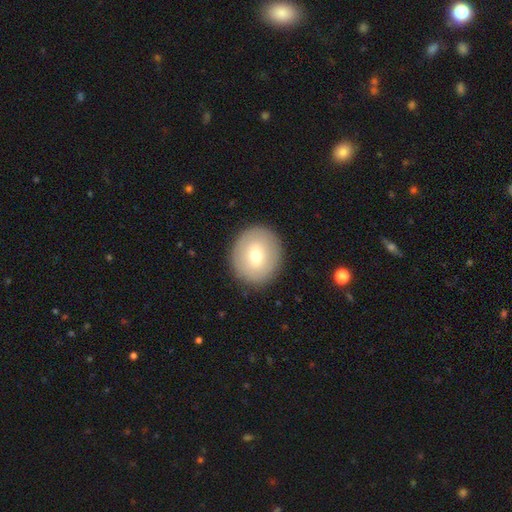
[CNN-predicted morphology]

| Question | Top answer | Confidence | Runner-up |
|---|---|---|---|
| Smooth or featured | smooth | 65% | featured or disk (27%) |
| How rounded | round | 75% | in between (24%) |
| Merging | none | 88% | minor disturbance (8%) |